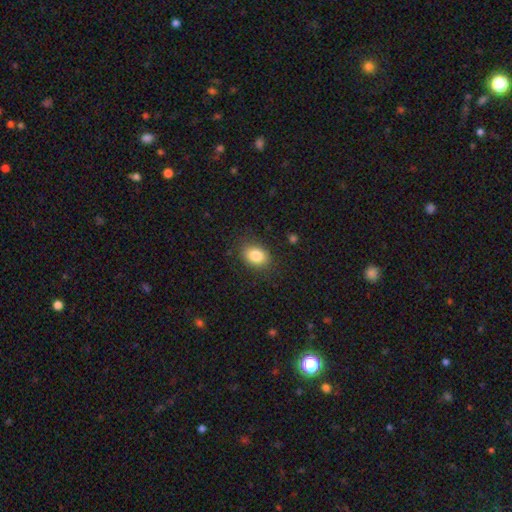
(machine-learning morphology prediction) A smooth galaxy with no disk features (84%) that is in between round and cigar-shaped (68%). Merging: none (84%).